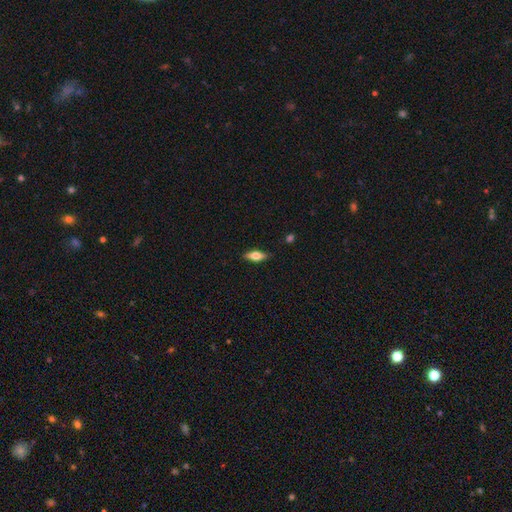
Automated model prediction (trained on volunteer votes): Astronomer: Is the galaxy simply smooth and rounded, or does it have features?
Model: smooth — 57% (runner-up: featured or disk, 36%).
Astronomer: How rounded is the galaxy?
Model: in between — 66%.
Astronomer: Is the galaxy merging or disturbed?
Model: none — 85%.